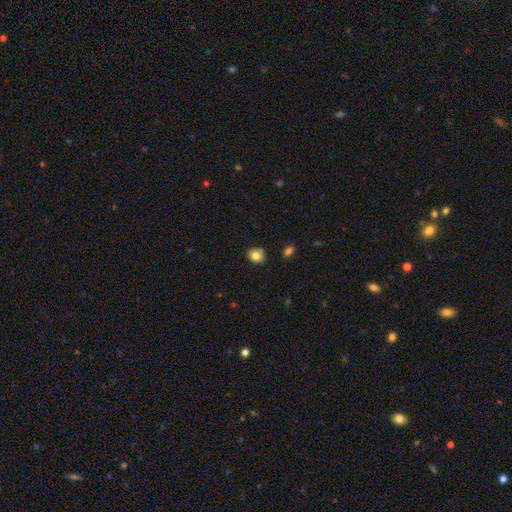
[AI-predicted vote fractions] Q: Smooth or featured?
A: smooth (81%); runner-up: star or artifact (10%)
Q: How rounded?
A: round (59%); runner-up: in between (40%)
Q: Merging?
A: none (83%); runner-up: minor disturbance (13%)